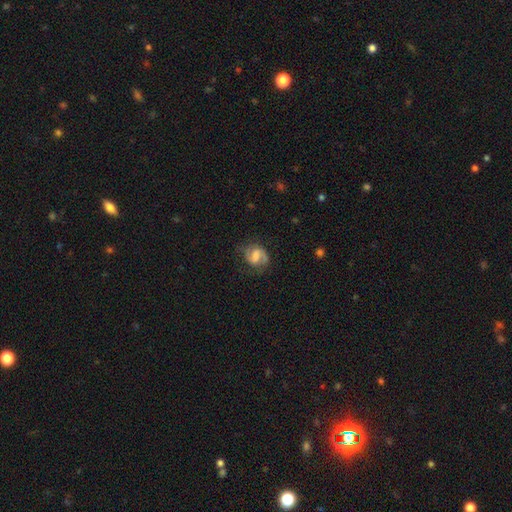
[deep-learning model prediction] smooth-or-featured: featured or disk: 69% | smooth: 24% | star or artifact: 7%
  disk-edge-on: no: 98% | yes: 2%
    bar: weak: 51% | strong: 29% | no: 21%
    has-spiral-arms: yes: 91% | no: 9%
      spiral-winding: medium: 49% | loose: 28% | tight: 23%
      spiral-arm-count: 2: 83% | 1: 8% | can't tell: 6% | 3: 1% | 4: 1% | more than 4: 1%
    bulge-size: moderate: 32% | none: 26% | small: 25% | large: 15% | dominant: 2%
  merging: none: 66% | minor disturbance: 21% | major disturbance: 11% | merger: 2%